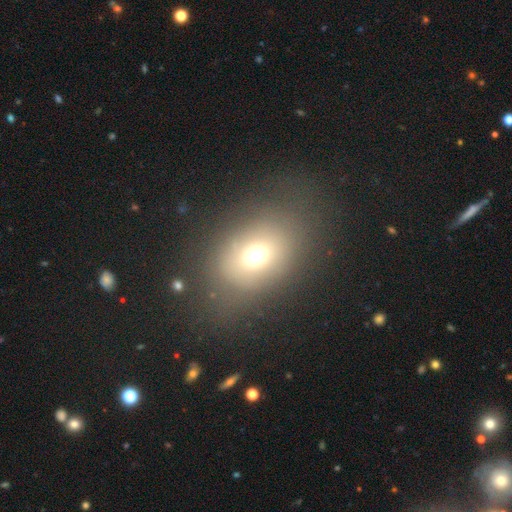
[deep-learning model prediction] Smooth or featured? smooth (66%)
How rounded? in between (66%)
Merging? none (72%)